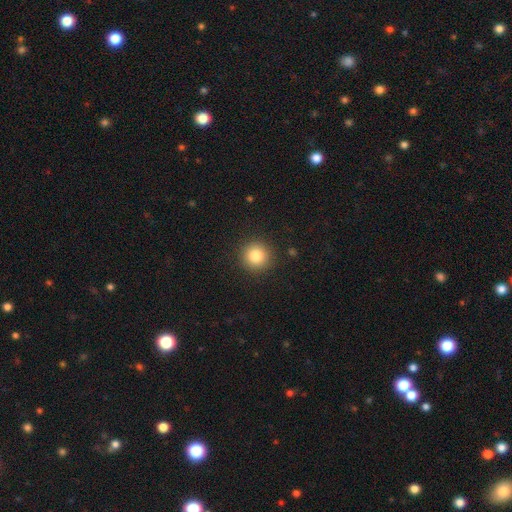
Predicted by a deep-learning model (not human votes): A smooth galaxy with no disk features (83%) that is round (94%). Merging: none (91%).